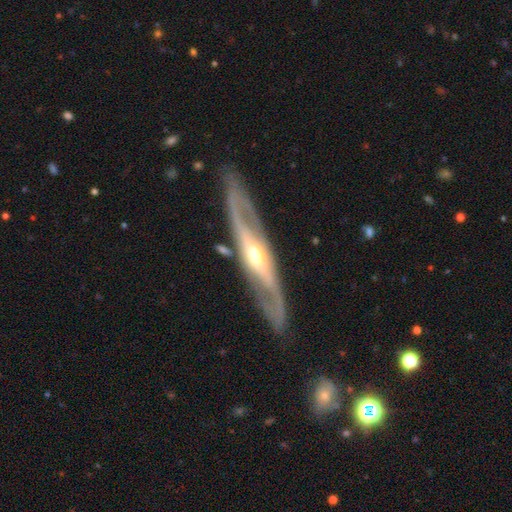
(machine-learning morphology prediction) This is clearly a featured or disk galaxy (81%). It is possibly not viewed edge-on (52%). Merging: likely none (79%).